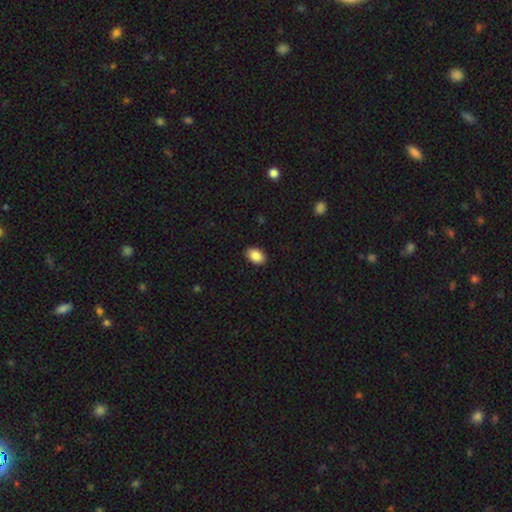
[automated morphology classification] A smooth galaxy with no disk features (88%) that is in between round and cigar-shaped (87%).

Vote fractions:
- Smooth or featured? smooth: 88% / star or artifact: 7% / featured or disk: 5%
- How rounded? in between: 87% / round: 12% / cigar-shaped: 1%
- Merging? none: 90% / minor disturbance: 7% / major disturbance: 2% / merger: 1%